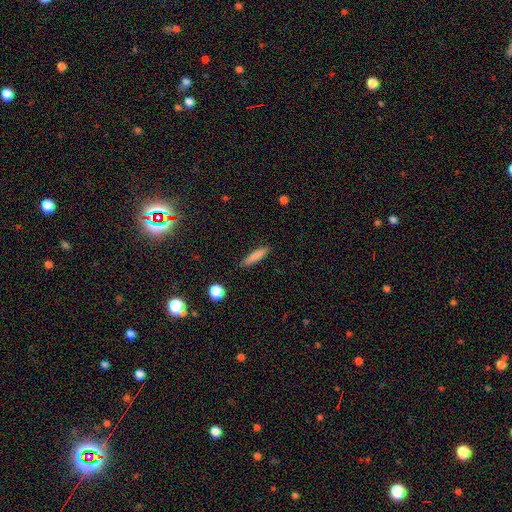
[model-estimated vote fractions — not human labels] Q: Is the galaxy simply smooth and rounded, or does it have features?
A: smooth — 81%.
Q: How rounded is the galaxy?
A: cigar-shaped — 85%.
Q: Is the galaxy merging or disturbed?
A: none — 86%.